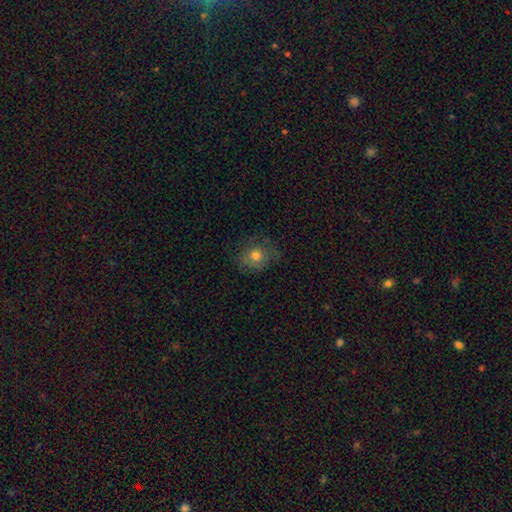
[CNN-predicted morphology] A smooth galaxy with no disk features (72%) that is round (76%). Merging: none (71%).